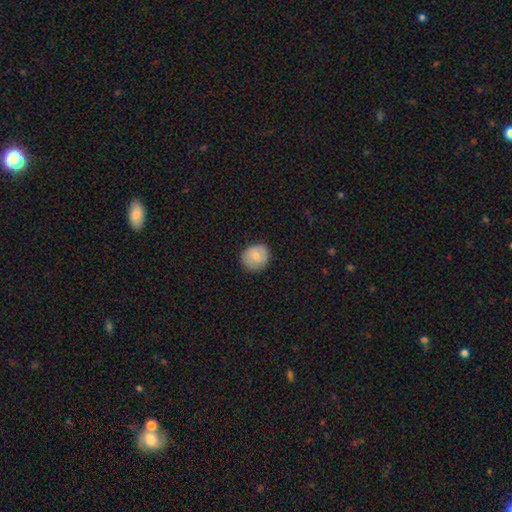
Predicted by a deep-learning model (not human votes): Overall: smooth (76%). How rounded: round (83%). Merging: none (84%).